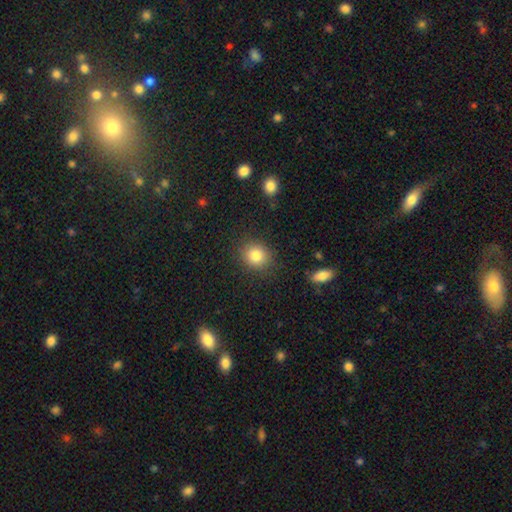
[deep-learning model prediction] smooth 83%, star or artifact 10%, featured or disk 7%. Down the decision tree: how rounded — round (77%); merging — none (86%).